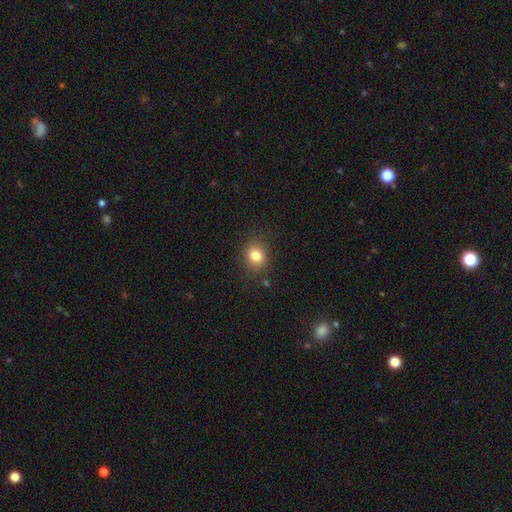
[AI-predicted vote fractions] The model was most divided on "how rounded": round: 65%, in between: 34%, cigar-shaped: 1%. More confident: merging — none (85%); smooth or featured — smooth (81%).